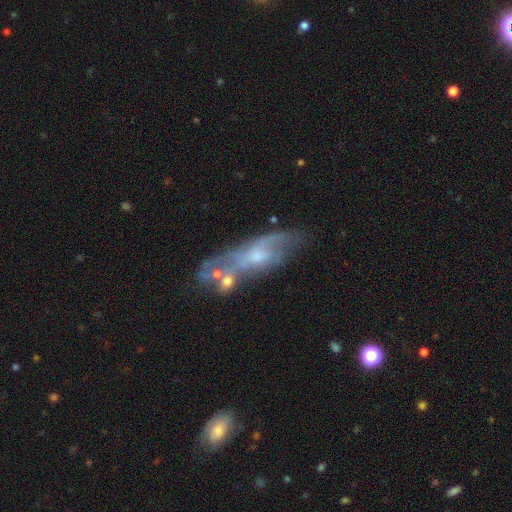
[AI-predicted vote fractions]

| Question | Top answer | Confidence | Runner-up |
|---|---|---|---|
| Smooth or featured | featured or disk | 66% | smooth (24%) |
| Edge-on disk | no | 75% | yes (25%) |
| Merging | none | 50% | minor disturbance (21%) |